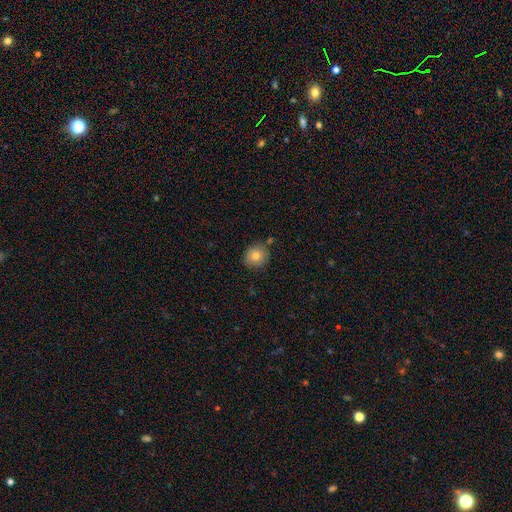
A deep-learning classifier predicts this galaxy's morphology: Smooth or featured? Predicted: smooth (p=0.80). How rounded? Predicted: round (p=0.88). Merging? Predicted: none (p=0.83).